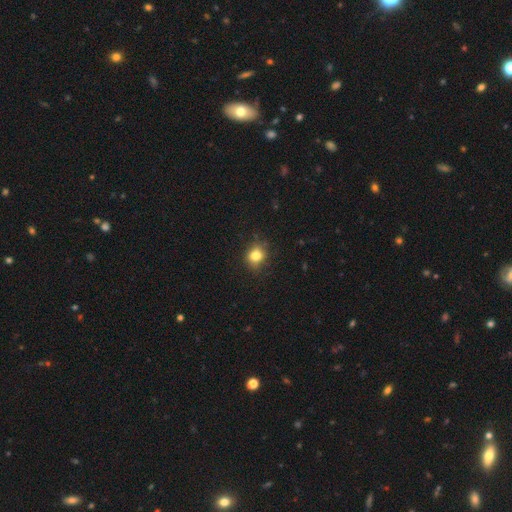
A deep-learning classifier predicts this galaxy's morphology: The model was most divided on "how rounded": round: 68%, in between: 31%, cigar-shaped: 1%. More confident: smooth or featured — smooth (81%); merging — none (79%).